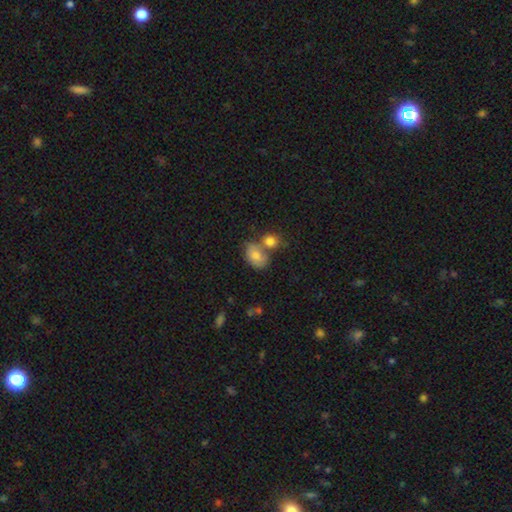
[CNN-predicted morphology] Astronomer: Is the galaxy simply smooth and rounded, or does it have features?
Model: smooth — 74%.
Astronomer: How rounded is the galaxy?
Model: in between — 75%.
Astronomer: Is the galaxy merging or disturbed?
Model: merger — 44% (runner-up: none, 34%).